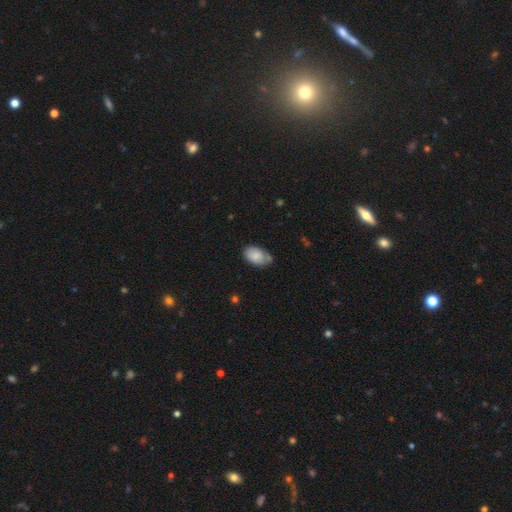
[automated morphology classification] This appears to be a smooth galaxy with no disk features (75%) that is in between round and cigar-shaped (92%). Merging: none (56%).